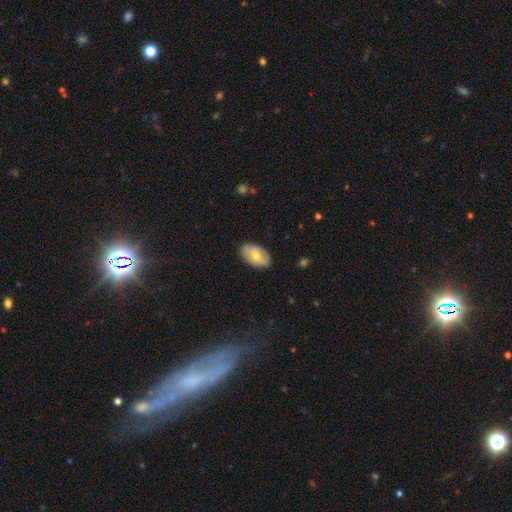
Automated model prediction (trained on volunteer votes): Morphology: type=smooth (61%); roundness=in between (93%); merging=none (83%).